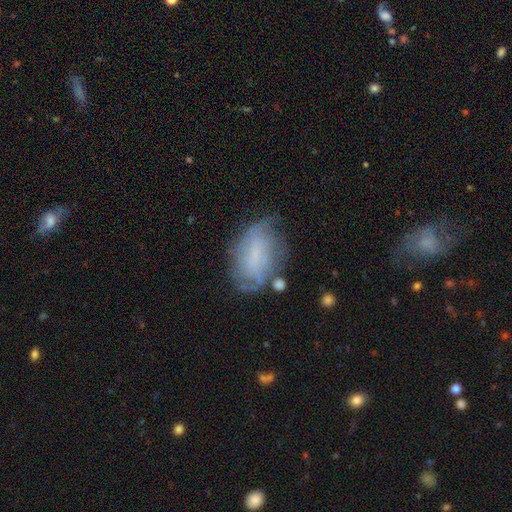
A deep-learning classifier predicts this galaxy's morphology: This is possibly a featured or disk galaxy (52%). It is clearly not viewed edge-on (95%). Merging: possibly none (53%).